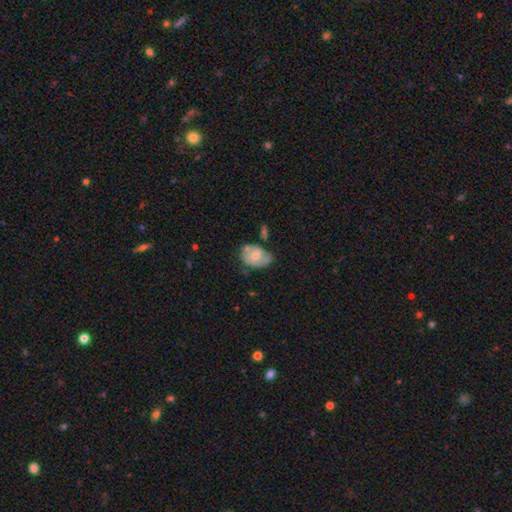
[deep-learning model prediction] Morphology: type=featured or disk (51%); edge-on=no (96%); merging=none (47%).